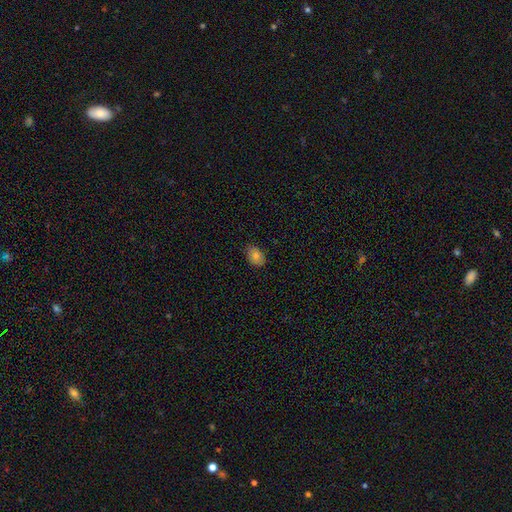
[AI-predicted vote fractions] The model was most divided on "how rounded": in between: 80%, round: 19%, cigar-shaped: 1%. More confident: merging — none (85%); smooth or featured — smooth (79%).